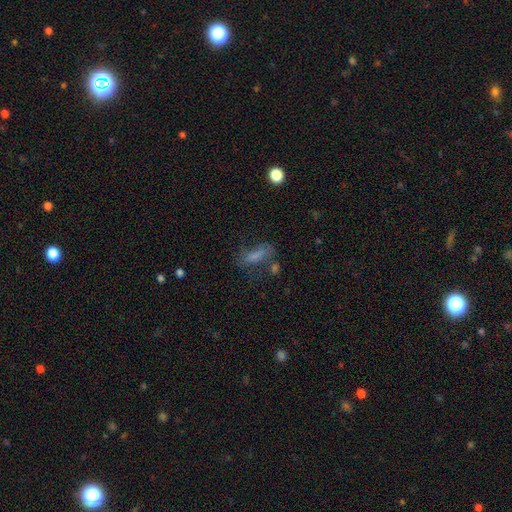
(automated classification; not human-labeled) The model was most divided on "how rounded": in between: 55%, cigar-shaped: 41%, round: 4%. Remaining: smooth or featured — smooth (63%); merging — none (47%).